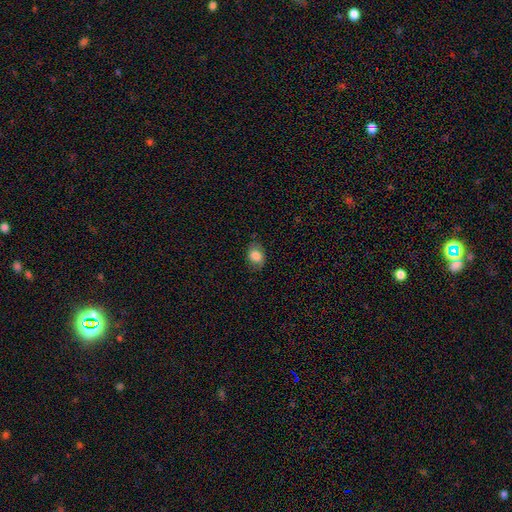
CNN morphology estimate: smooth 80%, featured or disk 11%, star or artifact 8%. Down the decision tree: how rounded — in between (71%); merging — none (74%).